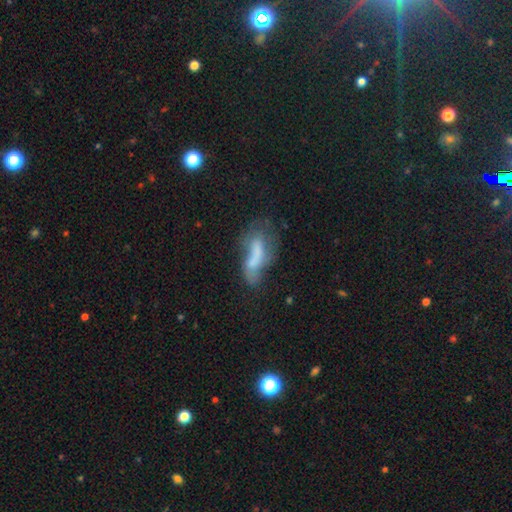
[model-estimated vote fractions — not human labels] Smooth or featured: smooth — 54% (featured or disk — 35%)
How rounded: in between — 63% (cigar-shaped — 35%)
Merging: major disturbance — 31% (tied with none — 31%)